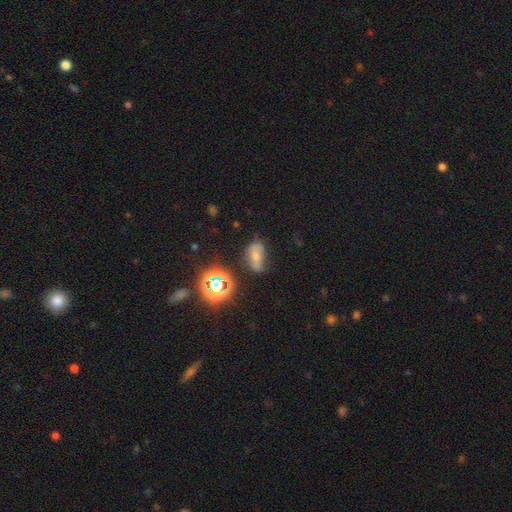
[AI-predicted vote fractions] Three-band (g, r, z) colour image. It shows a smooth galaxy with no disk features (50%) that is in between round and cigar-shaped (85%). Merging: none (44%).